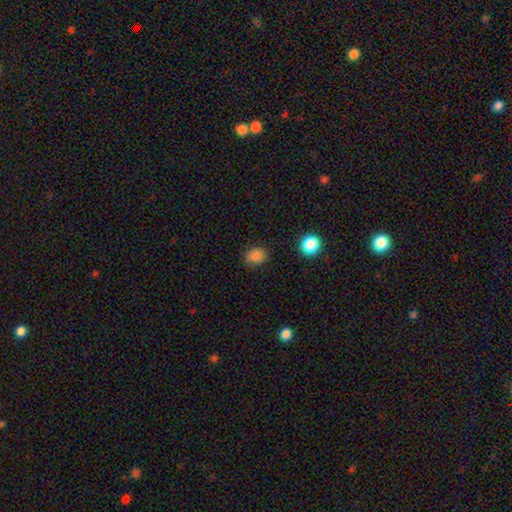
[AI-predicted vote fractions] Q: Smooth or featured?
A: smooth (84%); runner-up: star or artifact (12%)
Q: How rounded?
A: in between (57%); runner-up: round (42%)
Q: Merging?
A: none (81%); runner-up: minor disturbance (14%)